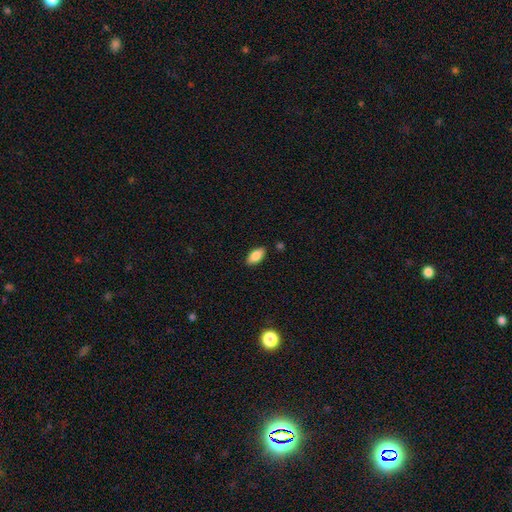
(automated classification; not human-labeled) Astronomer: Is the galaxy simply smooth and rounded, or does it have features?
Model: smooth — 85%.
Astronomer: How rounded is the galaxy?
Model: in between — 90%.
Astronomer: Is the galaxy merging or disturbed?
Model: none — 86%.